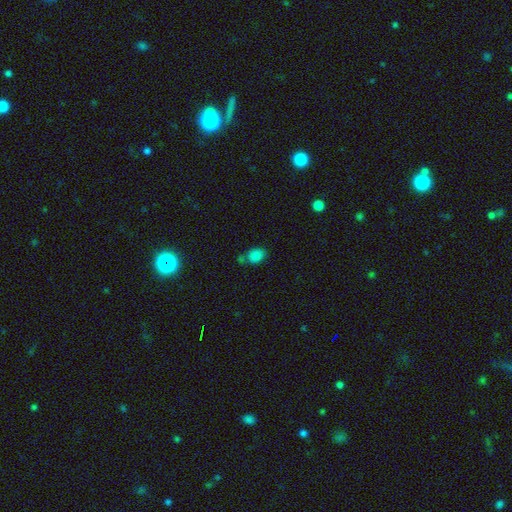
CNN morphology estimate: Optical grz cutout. It shows a smooth galaxy with no disk features (82%) that is in between round and cigar-shaped (62%). Merging: none (54%).